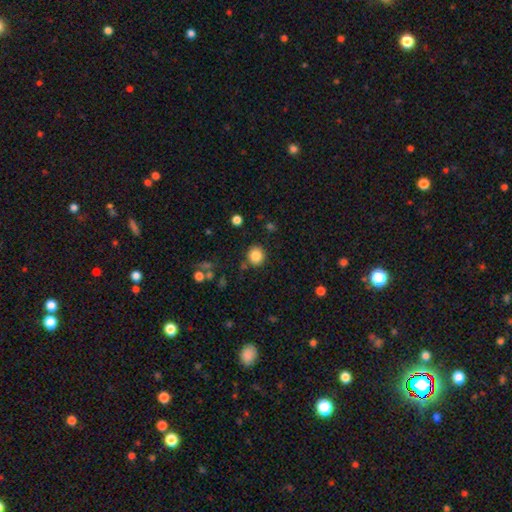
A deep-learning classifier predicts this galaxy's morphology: smooth 84%, star or artifact 11%, featured or disk 5%. Down the decision tree: how rounded — round (88%); merging — none (85%).